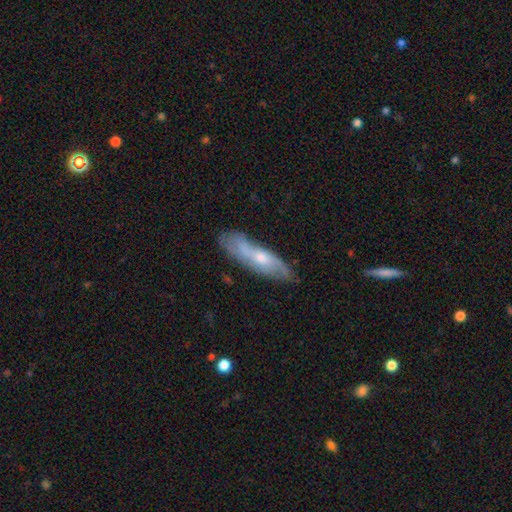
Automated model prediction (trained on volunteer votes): A featured or disk galaxy (58%).

Vote fractions:
- Smooth or featured? featured or disk: 58% / smooth: 34% / star or artifact: 8%
- Edge-on disk? no: 61% / yes: 39%
- Merging? none: 70% / minor disturbance: 22% / major disturbance: 6% / merger: 3%